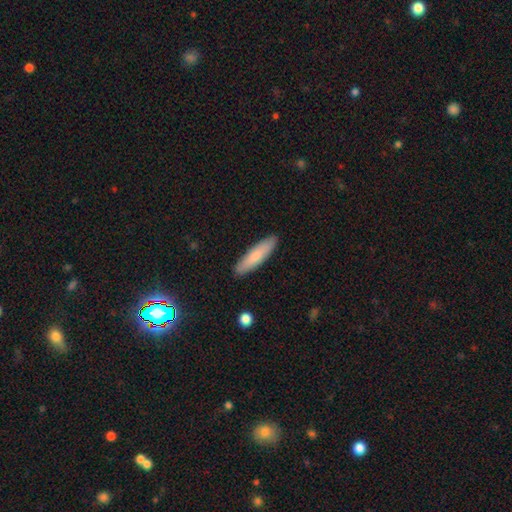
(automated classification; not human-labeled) smooth_or_featured: smooth (p=0.78) [alt: featured or disk p=0.16]
how_rounded: cigar-shaped (p=0.74) [alt: in between p=0.24]
merging: none (p=0.90) [alt: minor disturbance p=0.08]